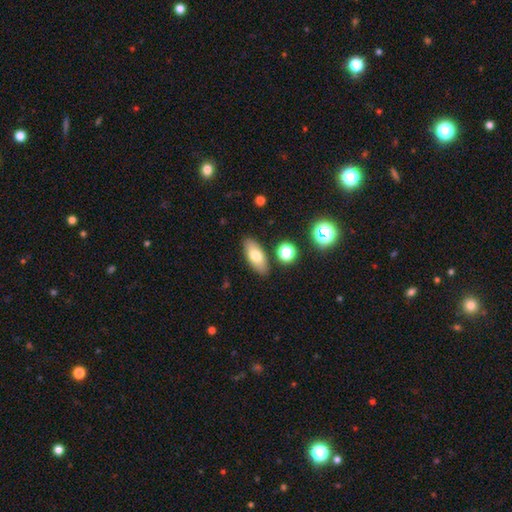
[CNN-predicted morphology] This is likely a smooth galaxy (73%). How rounded: clearly in between (81%). Merging: clearly none (85%).